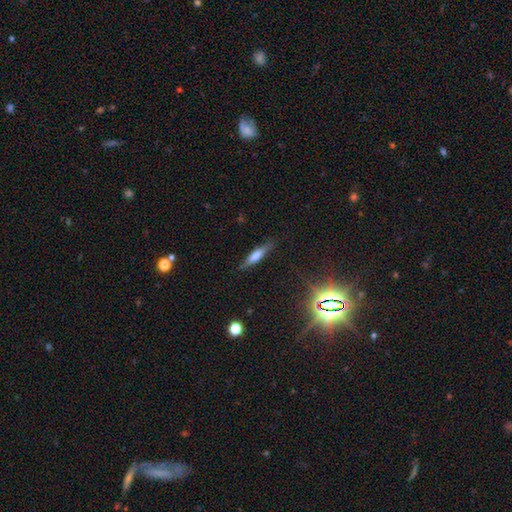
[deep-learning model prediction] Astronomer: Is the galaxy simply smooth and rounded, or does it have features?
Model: smooth — 57% (runner-up: featured or disk, 33%).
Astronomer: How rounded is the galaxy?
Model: cigar-shaped — 77%.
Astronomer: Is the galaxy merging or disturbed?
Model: none — 81%.